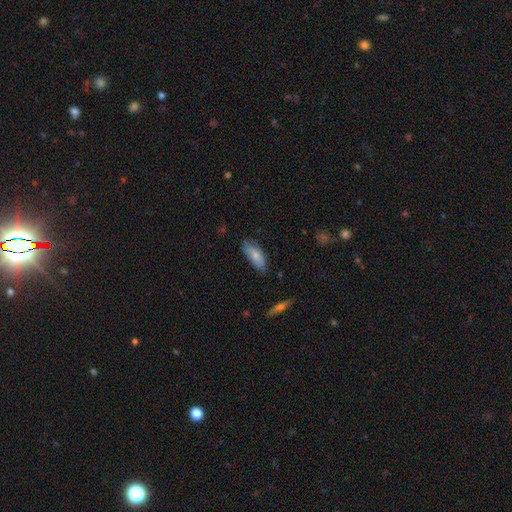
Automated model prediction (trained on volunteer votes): Smooth or featured?
  - smooth: 74% *
  - featured or disk: 20%
  - star or artifact: 7%
How rounded?
  - in between: 82% *
  - cigar-shaped: 16%
  - round: 2%
Merging?
  - none: 61% *
  - minor disturbance: 30%
  - major disturbance: 6%
  - merger: 2%